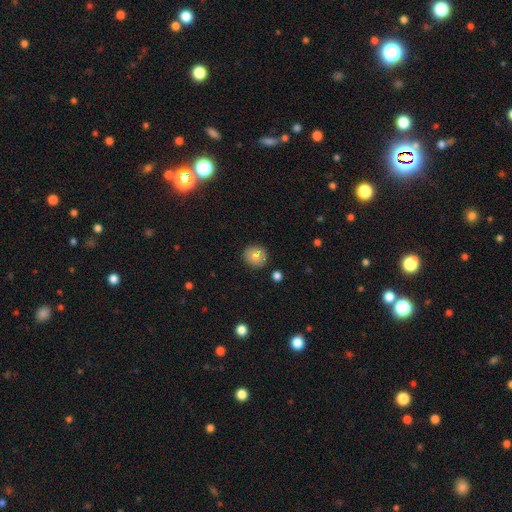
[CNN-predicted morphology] Smooth or featured?
  - smooth: 76% *
  - featured or disk: 14%
  - star or artifact: 10%
How rounded?
  - round: 91% *
  - in between: 8%
  - cigar-shaped: 1%
Merging?
  - none: 87% *
  - minor disturbance: 8%
  - merger: 3%
  - major disturbance: 2%